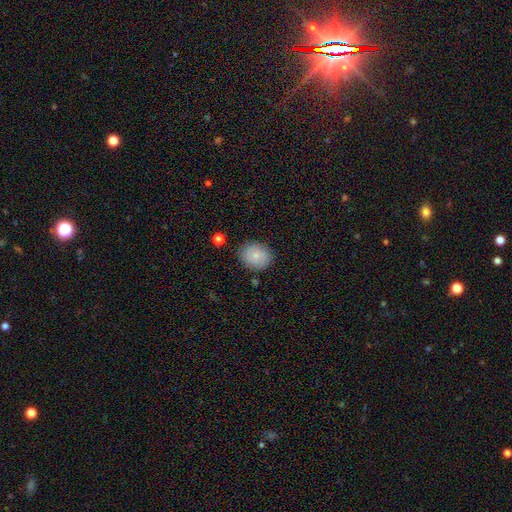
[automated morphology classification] Smooth or featured?
  - smooth: 80% *
  - featured or disk: 13%
  - star or artifact: 8%
How rounded?
  - round: 61% *
  - in between: 38%
  - cigar-shaped: 1%
Merging?
  - none: 84% *
  - minor disturbance: 11%
  - major disturbance: 3%
  - merger: 2%